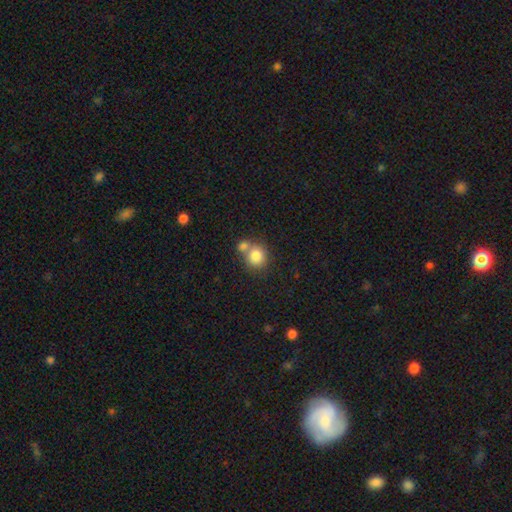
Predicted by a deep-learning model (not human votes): Smooth or featured? smooth (81%)
How rounded? round (81%)
Merging? none (47%)